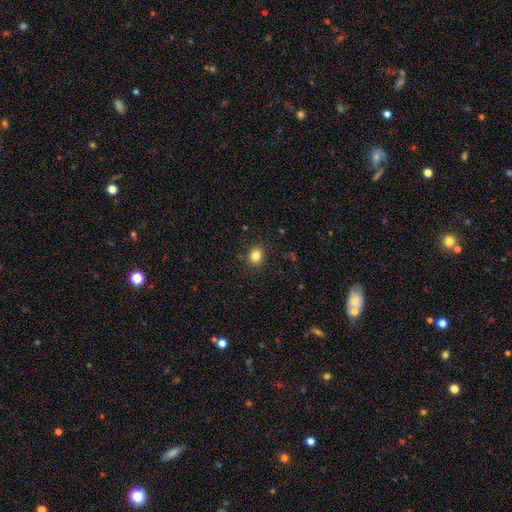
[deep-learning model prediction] Morphology: type=smooth (83%); roundness=round (68%); merging=none (88%).